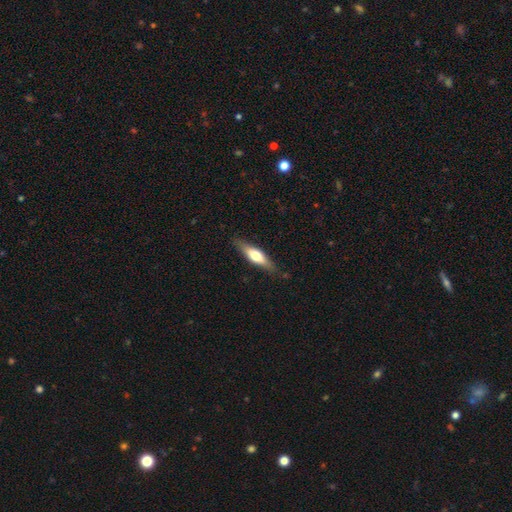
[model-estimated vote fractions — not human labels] Smooth or featured? smooth (48%)
Merging? none (84%)